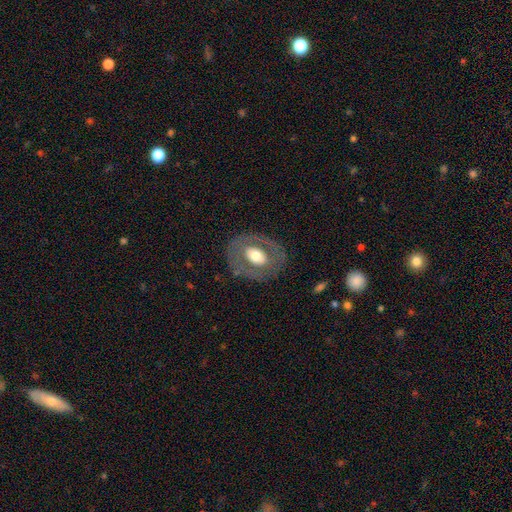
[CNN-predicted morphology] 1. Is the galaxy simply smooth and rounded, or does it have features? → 47% smooth (tied), 47% featured or disk (tied), 6% star or artifact.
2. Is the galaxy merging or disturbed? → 79% none, 12% minor disturbance, 8% major disturbance, 1% merger.